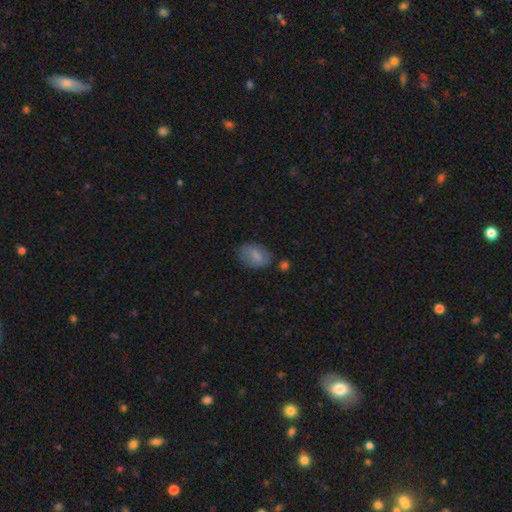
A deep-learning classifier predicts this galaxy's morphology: This is likely a smooth galaxy (73%). How rounded: clearly in between (82%). Merging: likely none (66%).